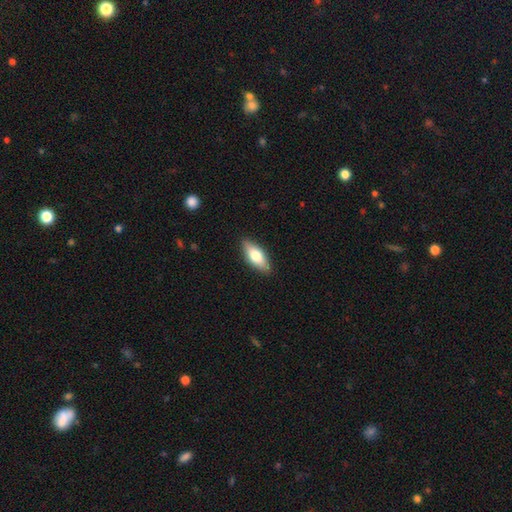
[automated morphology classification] A smooth galaxy with no disk features (67%) that is in between round and cigar-shaped (75%). Merging: none (88%).